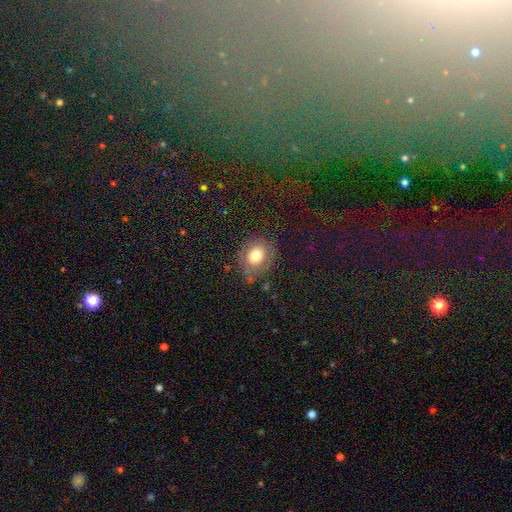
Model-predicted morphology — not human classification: type=smooth (76%); roundness=round (63%); merging=none (74%).